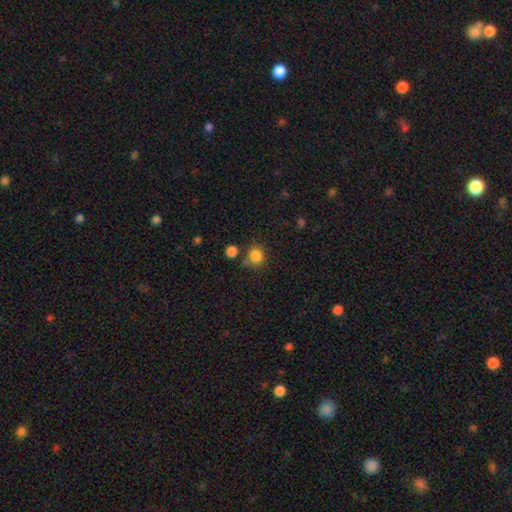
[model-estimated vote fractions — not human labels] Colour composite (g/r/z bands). It shows a smooth galaxy with no disk features (84%) that is round (83%). Merging: none (66%).